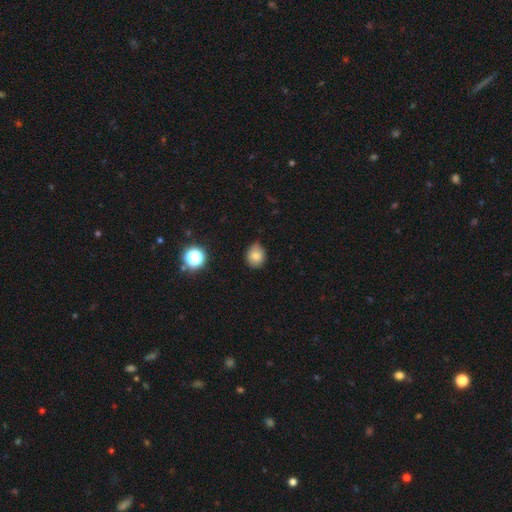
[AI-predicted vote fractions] Morphology: type=smooth (78%); roundness=round (64%); merging=none (68%).